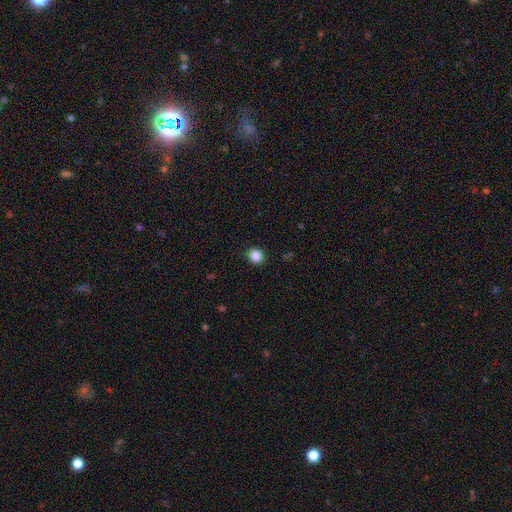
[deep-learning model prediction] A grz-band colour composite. It shows a smooth galaxy with no disk features (86%) that is round (89%). Merging: none (90%).